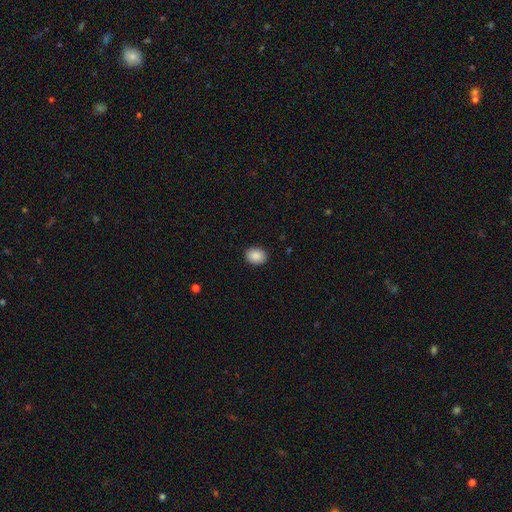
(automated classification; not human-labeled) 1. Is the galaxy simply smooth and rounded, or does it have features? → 89% smooth, 8% star or artifact, 3% featured or disk.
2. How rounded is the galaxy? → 57% in between, 42% round, 1% cigar-shaped.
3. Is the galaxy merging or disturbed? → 90% none, 7% minor disturbance, 2% major disturbance, 1% merger.